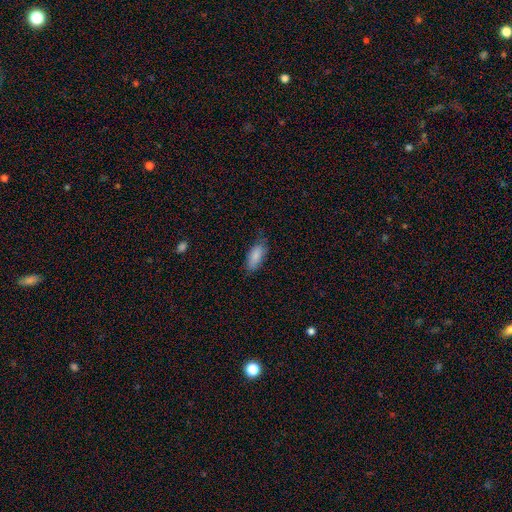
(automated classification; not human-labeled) This is clearly a smooth galaxy (86%). How rounded: clearly in between (84%). Merging: likely none (70%).